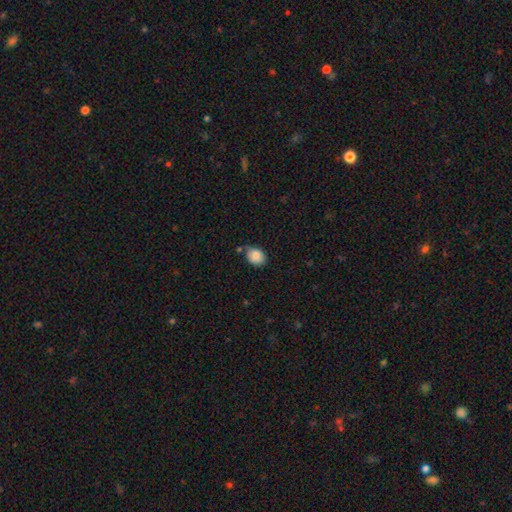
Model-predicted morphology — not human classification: Q: Smooth or featured?
A: smooth (84%); runner-up: featured or disk (9%)
Q: How rounded?
A: in between (62%); runner-up: round (37%)
Q: Merging?
A: none (61%); runner-up: minor disturbance (26%)